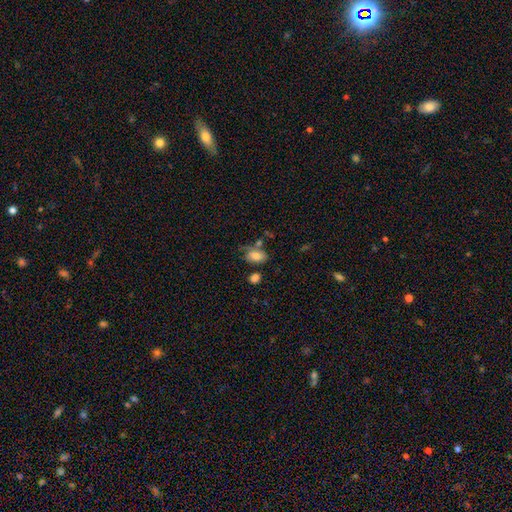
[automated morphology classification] This is likely a smooth galaxy (73%). How rounded: clearly in between (89%). Merging: possibly none (48%).